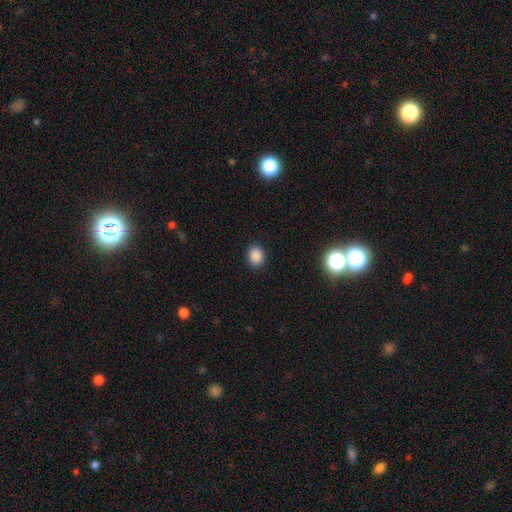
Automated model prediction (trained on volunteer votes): Smooth or featured? smooth (87%)
How rounded? round (59%)
Merging? none (90%)